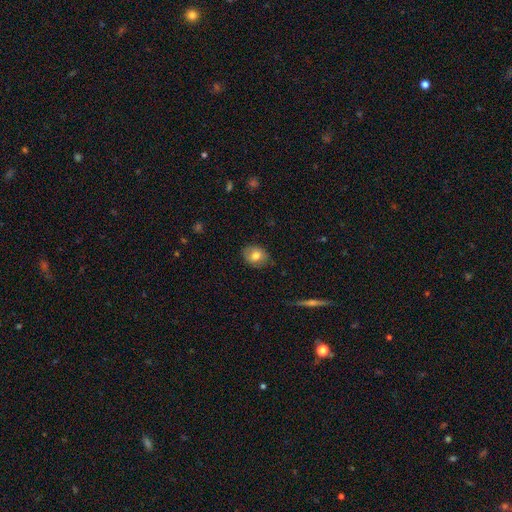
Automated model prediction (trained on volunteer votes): This appears to be a smooth galaxy with no disk features (74%) that is in between round and cigar-shaped (50%). Merging: none (82%).